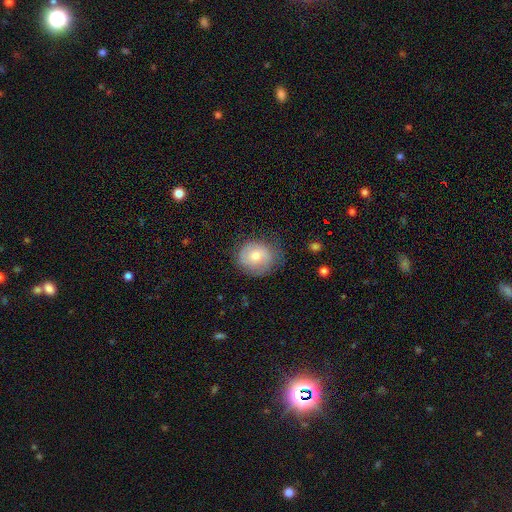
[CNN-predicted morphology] This appears to be a smooth galaxy with no disk features (63%) that is round (78%). Merging: none (65%).